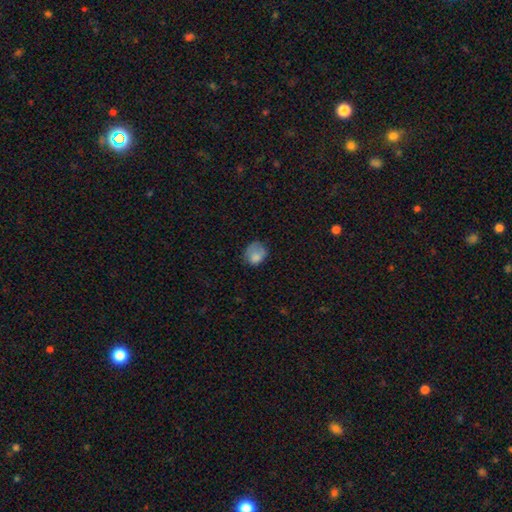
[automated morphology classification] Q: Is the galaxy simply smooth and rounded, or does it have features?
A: smooth — 76%.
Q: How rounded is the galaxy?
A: round — 56%.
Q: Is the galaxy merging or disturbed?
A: none — 45%.